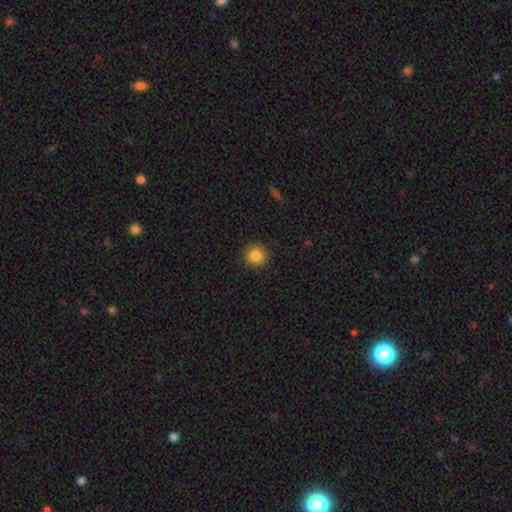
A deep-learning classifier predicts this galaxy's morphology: Q: Smooth or featured?
A: smooth (84%); runner-up: star or artifact (10%)
Q: How rounded?
A: round (94%); runner-up: in between (5%)
Q: Merging?
A: none (92%); runner-up: minor disturbance (6%)